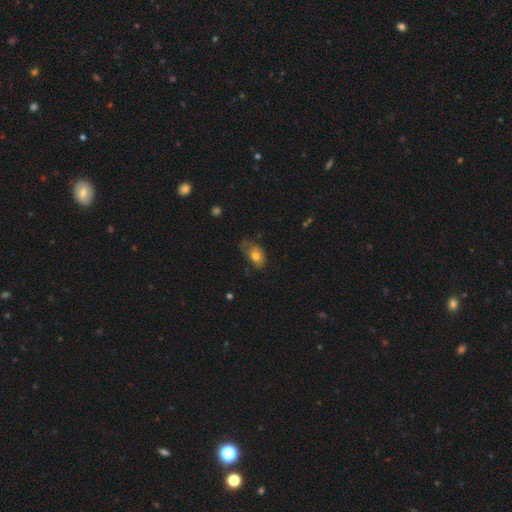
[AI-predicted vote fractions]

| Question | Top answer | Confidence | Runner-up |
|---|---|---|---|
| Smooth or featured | smooth | 74% | featured or disk (18%) |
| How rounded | in between | 82% | round (16%) |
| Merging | none | 45% | minor disturbance (38%) |